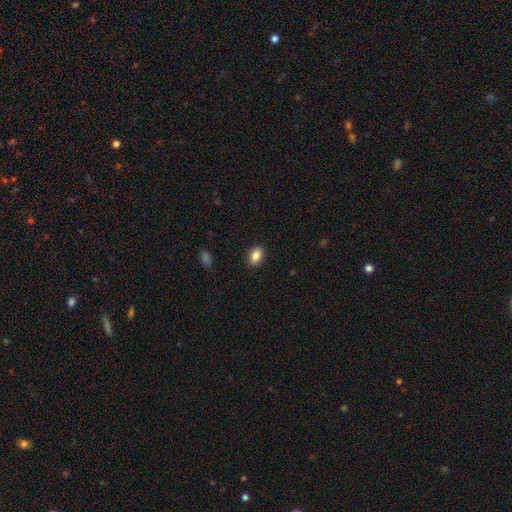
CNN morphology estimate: Overall: smooth (85%). How rounded: in between (85%). Merging: none (89%).